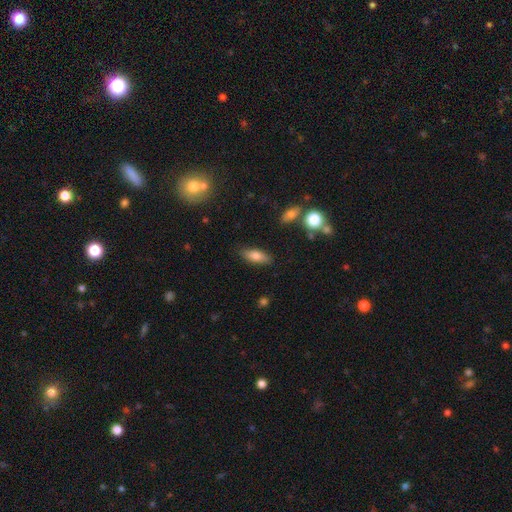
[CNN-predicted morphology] smooth 78%, featured or disk 15%, star or artifact 7%. Down the decision tree: how rounded — in between (73%); merging — none (85%).